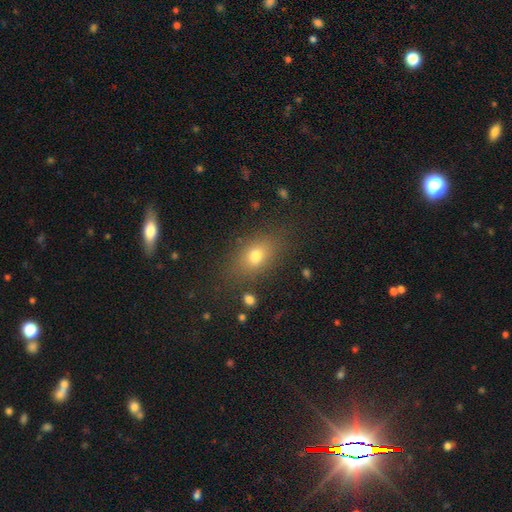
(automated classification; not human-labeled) A smooth galaxy with no disk features (74%) that is in between round and cigar-shaped (75%). Merging: none (79%).